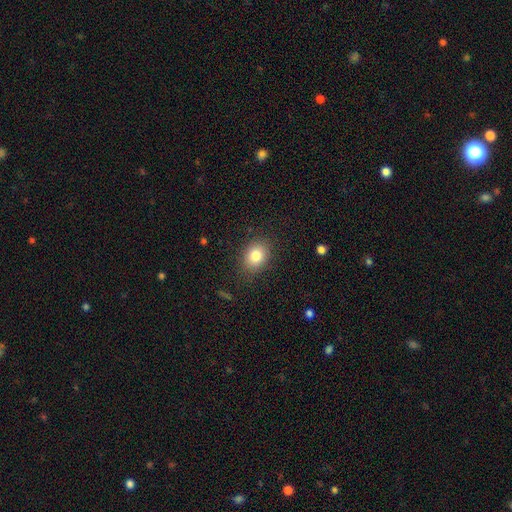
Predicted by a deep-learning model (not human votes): A smooth galaxy with no disk features (82%) that is in between round and cigar-shaped (53%).

Vote fractions:
- Smooth or featured? smooth: 82% / star or artifact: 10% / featured or disk: 9%
- How rounded? in between: 53% / round: 46% / cigar-shaped: 1%
- Merging? none: 85% / minor disturbance: 11% / major disturbance: 3% / merger: 1%